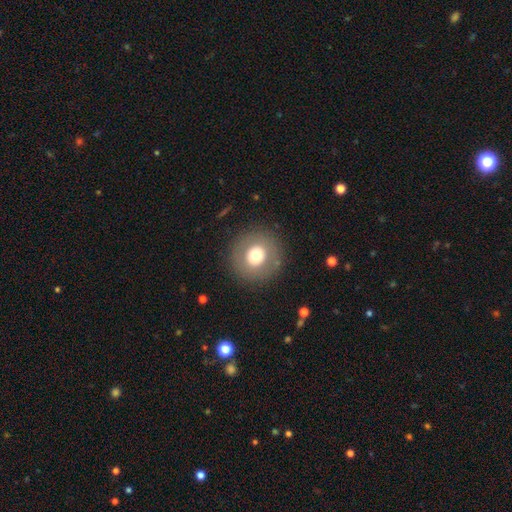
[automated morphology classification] Smooth or featured? Predicted: smooth (p=0.69). How rounded? Predicted: round (p=0.95). Merging? Predicted: none (p=0.89).